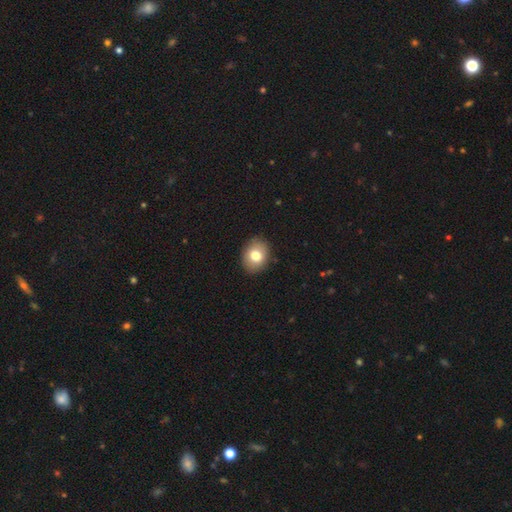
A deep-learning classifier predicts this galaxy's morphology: smooth-or-featured: smooth: 78% | featured or disk: 14% | star or artifact: 8%
  how-rounded: in between: 57% | round: 42% | cigar-shaped: 1%
  merging: none: 89% | minor disturbance: 8% | major disturbance: 2% | merger: 1%